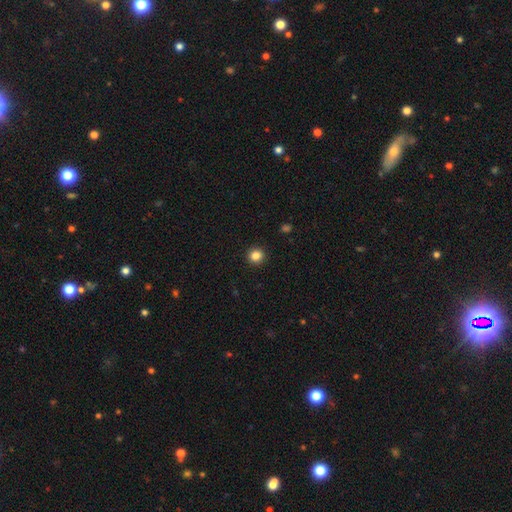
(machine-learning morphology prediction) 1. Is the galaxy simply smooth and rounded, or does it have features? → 84% smooth, 12% star or artifact, 4% featured or disk.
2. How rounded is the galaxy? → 92% round, 7% in between, 1% cigar-shaped.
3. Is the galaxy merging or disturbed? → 93% none, 4% minor disturbance, 2% major disturbance, 1% merger.